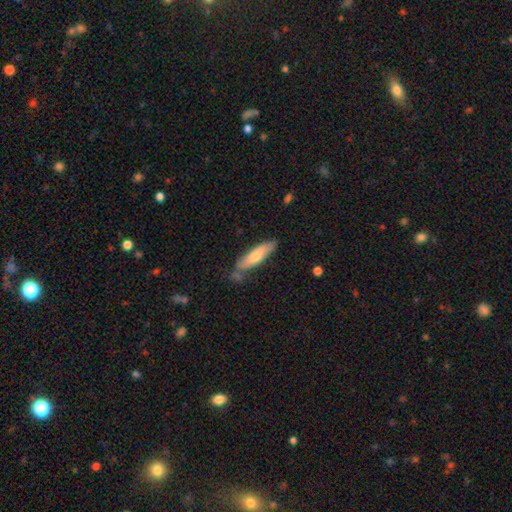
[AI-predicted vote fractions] A smooth galaxy with no disk features (65%) that is cigar-shaped (74%).

Vote fractions:
- Smooth or featured? smooth: 65% / featured or disk: 29% / star or artifact: 6%
- How rounded? cigar-shaped: 74% / in between: 24% / round: 1%
- Merging? none: 70% / minor disturbance: 20% / merger: 6% / major disturbance: 4%